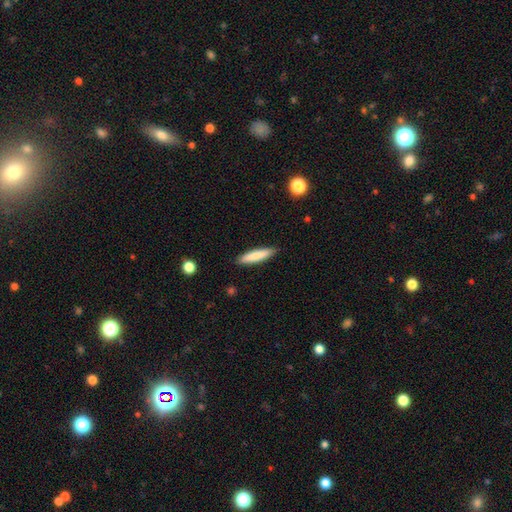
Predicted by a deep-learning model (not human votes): Smooth or featured? smooth (84%)
How rounded? cigar-shaped (83%)
Merging? none (89%)